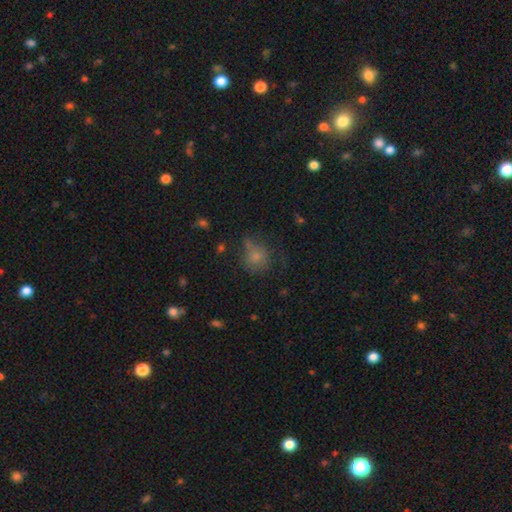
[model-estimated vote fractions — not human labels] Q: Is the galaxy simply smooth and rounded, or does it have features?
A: smooth — 70%.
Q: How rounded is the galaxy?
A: round — 76%.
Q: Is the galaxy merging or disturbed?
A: none — 51%.